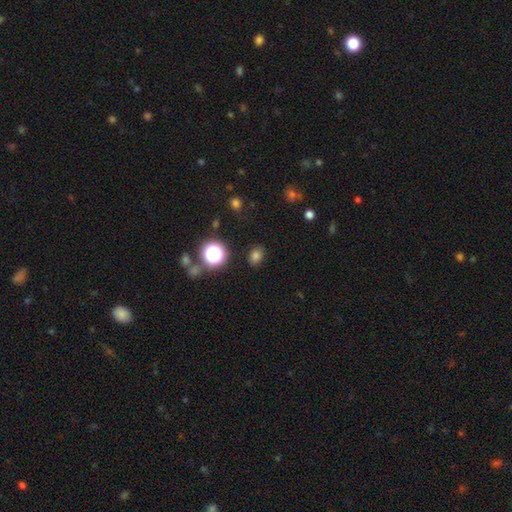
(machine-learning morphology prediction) A smooth galaxy with no disk features (74%) that is in between round and cigar-shaped (55%).

Vote fractions:
- Smooth or featured? smooth: 74% / star or artifact: 20% / featured or disk: 6%
- How rounded? in between: 55% / round: 44% / cigar-shaped: 1%
- Merging? none: 85% / minor disturbance: 10% / major disturbance: 3% / merger: 2%